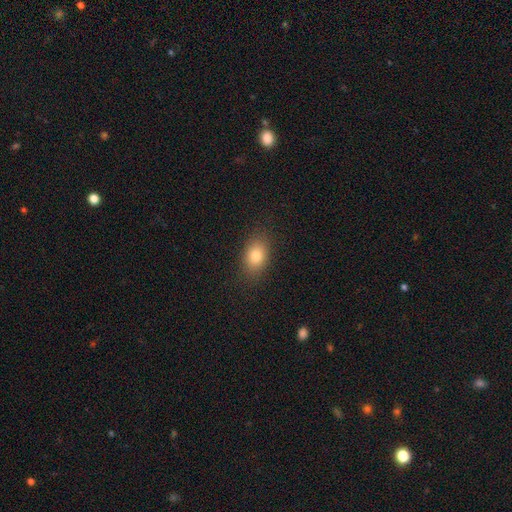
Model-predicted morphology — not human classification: Overall: smooth (81%). How rounded: in between (80%). Merging: none (86%).